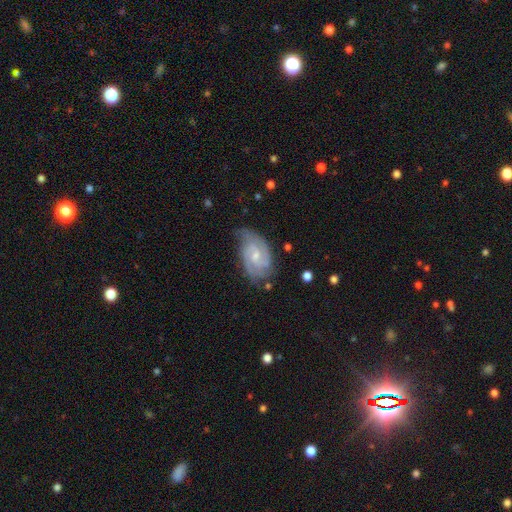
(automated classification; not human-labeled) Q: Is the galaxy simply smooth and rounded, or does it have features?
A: featured or disk — 84%.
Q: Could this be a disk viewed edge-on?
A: no — 97%.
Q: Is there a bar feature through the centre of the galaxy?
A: weak — 51%.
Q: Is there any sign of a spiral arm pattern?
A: yes — 96%.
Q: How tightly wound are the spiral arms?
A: tight — 50%.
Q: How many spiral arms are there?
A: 2 — 54%.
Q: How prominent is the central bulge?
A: small — 57%.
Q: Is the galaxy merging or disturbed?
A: none — 64%.